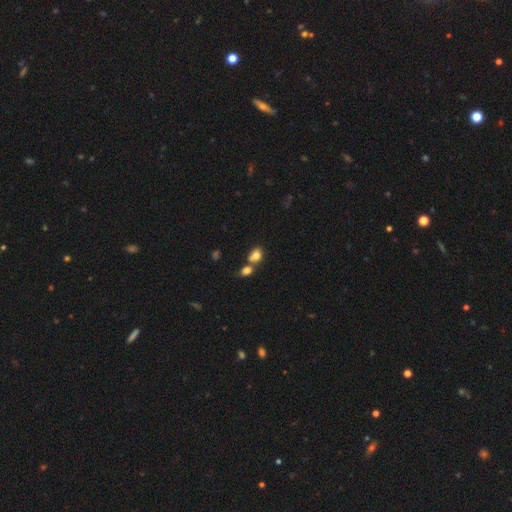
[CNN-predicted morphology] Smooth or featured: smooth — 79% (featured or disk — 11%)
How rounded: in between — 57% (round — 41%)
Merging: merger — 49% (none — 38%)